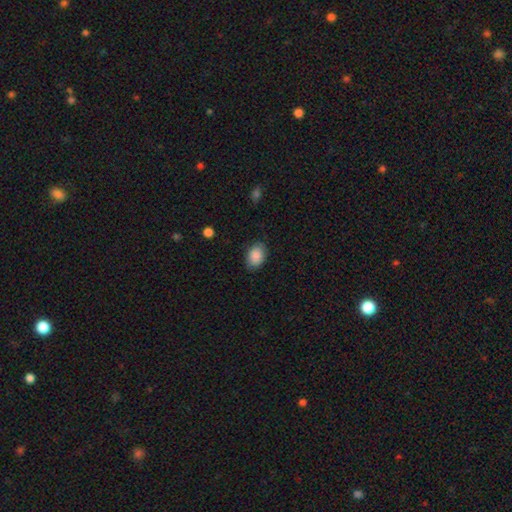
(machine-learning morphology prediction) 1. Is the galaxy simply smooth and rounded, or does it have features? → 89% smooth, 7% star or artifact, 4% featured or disk.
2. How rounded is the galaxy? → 84% in between, 15% round, 1% cigar-shaped.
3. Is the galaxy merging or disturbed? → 85% none, 12% minor disturbance, 3% major disturbance, 1% merger.